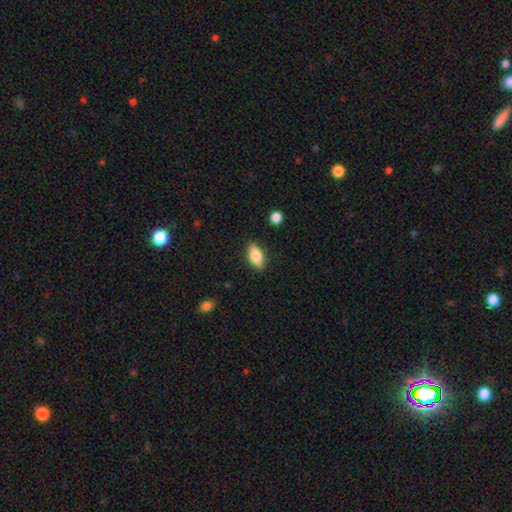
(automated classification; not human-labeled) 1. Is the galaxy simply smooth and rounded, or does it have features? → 77% smooth, 16% featured or disk, 7% star or artifact.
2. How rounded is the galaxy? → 83% in between, 13% cigar-shaped, 4% round.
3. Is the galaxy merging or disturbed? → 86% none, 10% minor disturbance, 2% major disturbance, 1% merger.